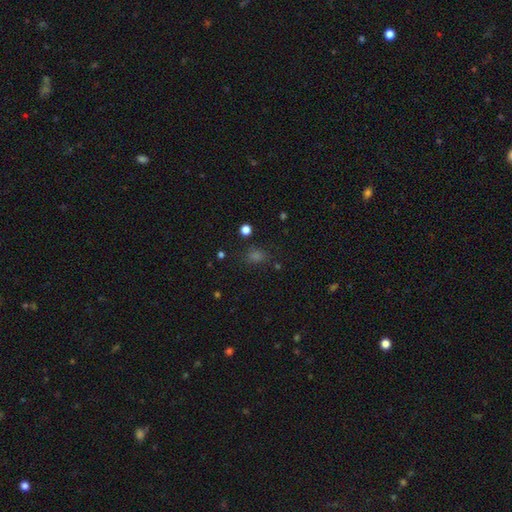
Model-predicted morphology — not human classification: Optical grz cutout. It shows a smooth galaxy with no disk features (59%) that is round (52%). Merging: none (80%).